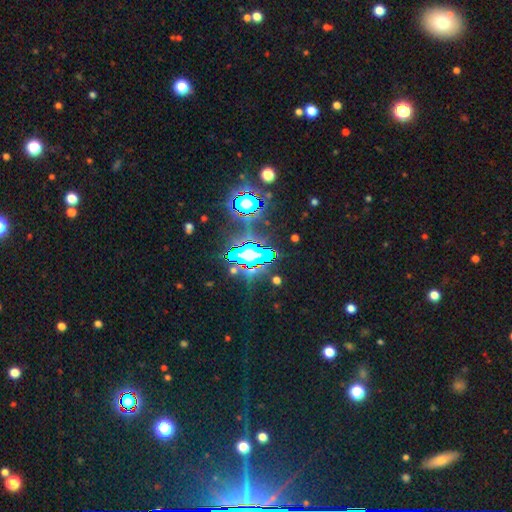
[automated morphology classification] The model was most divided on "smooth or featured": star or artifact: 69%, smooth: 18%, featured or disk: 13%.